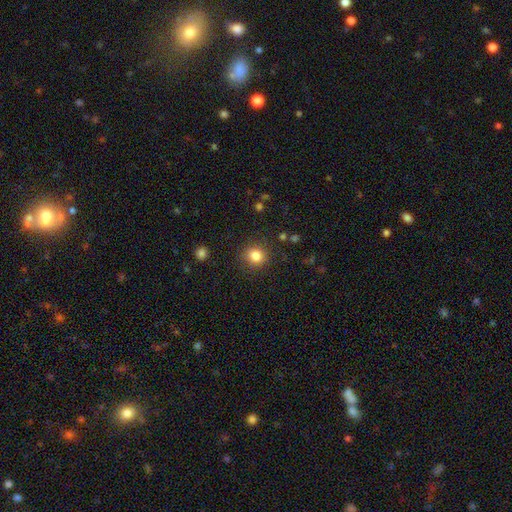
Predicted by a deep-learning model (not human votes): Overall: smooth (83%). How rounded: round (85%). Merging: none (87%).